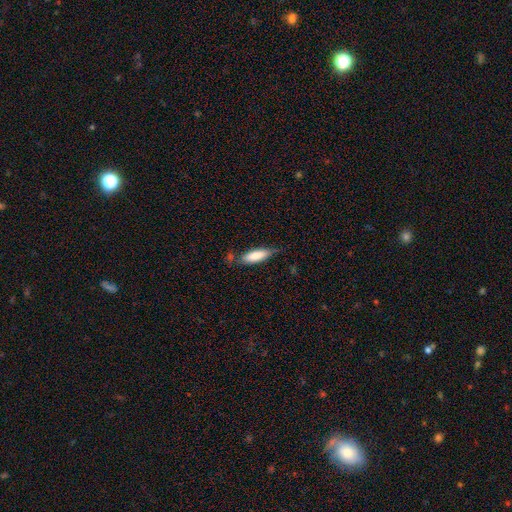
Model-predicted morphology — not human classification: This appears to be a smooth galaxy with no disk features (80%) that is in between round and cigar-shaped (54%). Merging: none (64%).